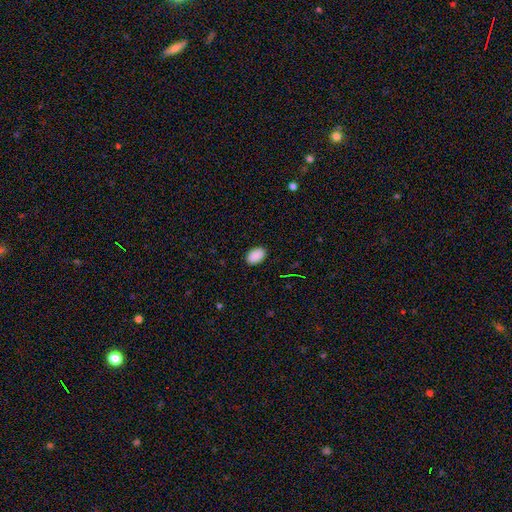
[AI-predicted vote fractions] Morphology: type=smooth (90%); roundness=in between (88%); merging=none (89%).